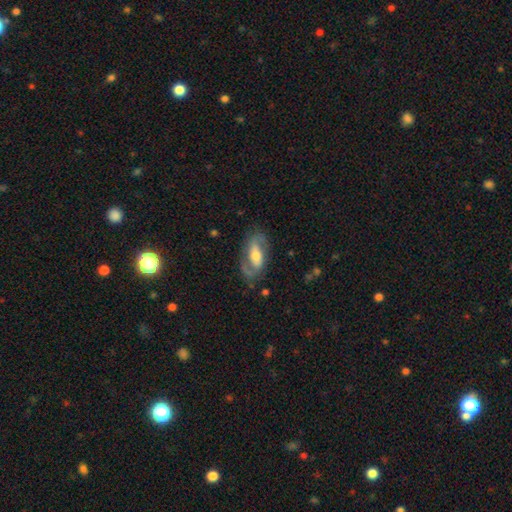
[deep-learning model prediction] Q: Smooth or featured?
A: featured or disk (73%); runner-up: smooth (21%)
Q: Edge-on disk?
A: no (92%); runner-up: yes (8%)
Q: Bar?
A: weak (36%); runner-up: no (32%)
Q: Spiral arms?
A: yes (85%); runner-up: no (15%)
Q: Spiral winding?
A: medium (48%); runner-up: loose (27%)
Q: Spiral arm count?
A: 2 (83%); runner-up: can't tell (8%)
Q: Bulge size?
A: moderate (58%); runner-up: small (23%)
Q: Merging?
A: none (72%); runner-up: minor disturbance (17%)